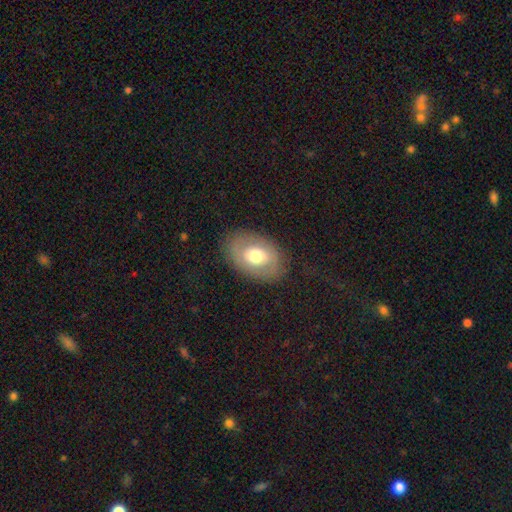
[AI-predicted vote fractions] Smooth or featured: smooth — 55% (featured or disk — 37%)
How rounded: in between — 79% (round — 20%)
Merging: none — 79% (minor disturbance — 13%)